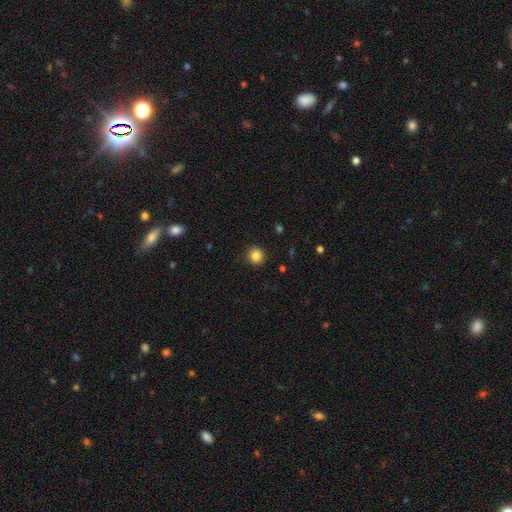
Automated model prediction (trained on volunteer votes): A smooth galaxy with no disk features (85%) that is round (92%).

Vote fractions:
- Smooth or featured? smooth: 85% / star or artifact: 11% / featured or disk: 4%
- How rounded? round: 92% / in between: 7% / cigar-shaped: 1%
- Merging? none: 90% / minor disturbance: 7% / major disturbance: 2% / merger: 1%